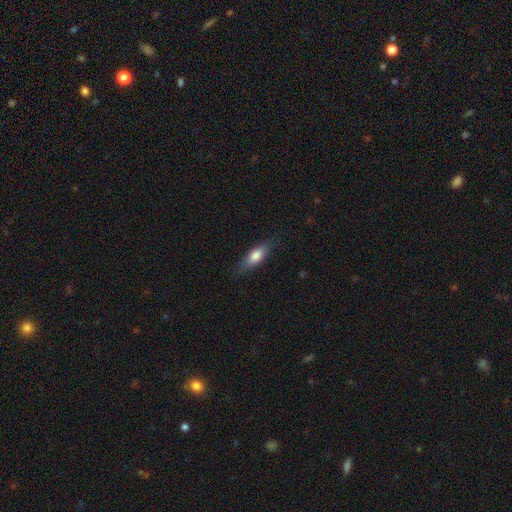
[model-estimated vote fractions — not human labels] This appears to be a smooth galaxy with no disk features (72%) that is in between round and cigar-shaped (62%). Merging: none (80%).